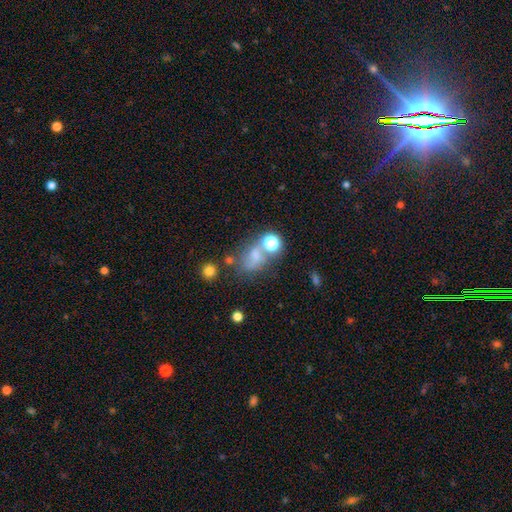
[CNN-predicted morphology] Overall: smooth (48%; featured or disk 28%). Merging: none (36%; merger 27%).